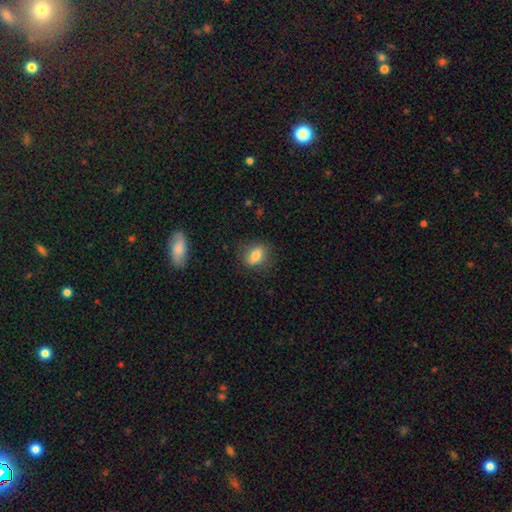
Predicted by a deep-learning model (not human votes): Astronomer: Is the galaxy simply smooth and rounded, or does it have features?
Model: smooth — 82%.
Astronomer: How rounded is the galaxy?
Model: in between — 75%.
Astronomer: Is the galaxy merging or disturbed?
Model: none — 79%.